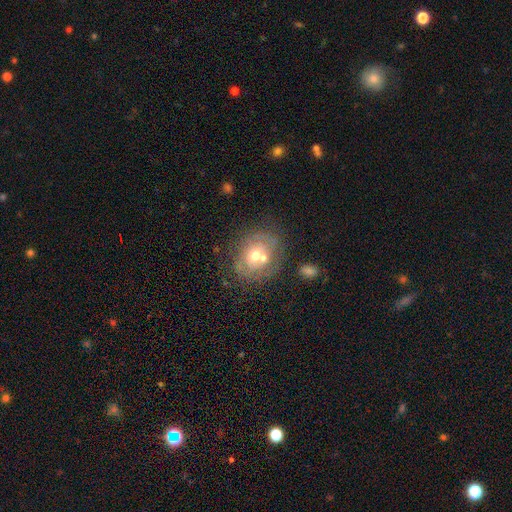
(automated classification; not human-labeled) A featured or disk galaxy (50%). Merging: none (46%).